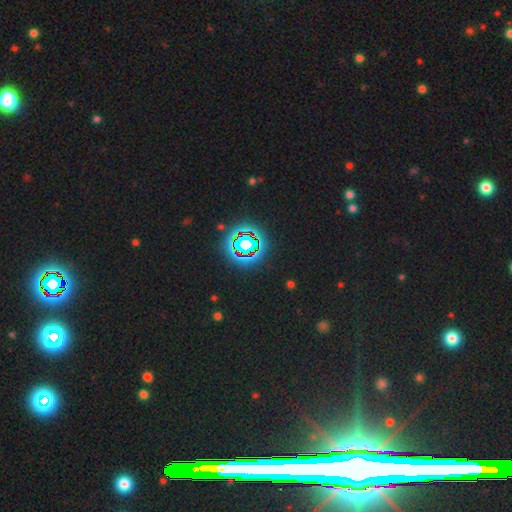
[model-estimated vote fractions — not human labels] smooth-or-featured: star or artifact: 76% | featured or disk: 12% | smooth: 12%